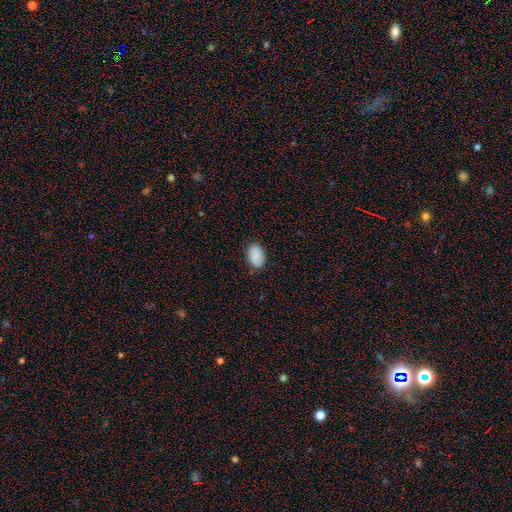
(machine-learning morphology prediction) Smooth or featured? Predicted: smooth (p=0.88). How rounded? Predicted: in between (p=0.87). Merging? Predicted: none (p=0.83).